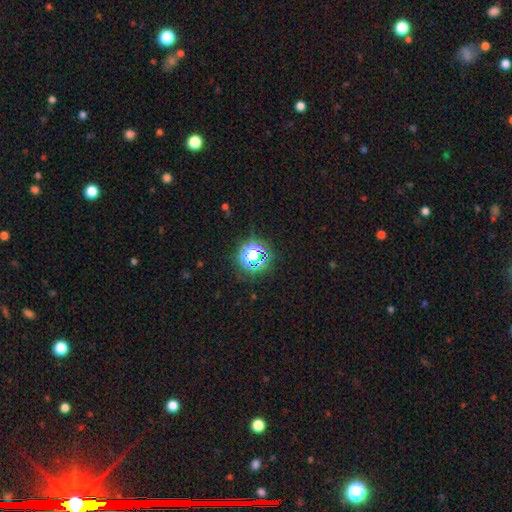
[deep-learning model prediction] This is likely a star or artifact rather than a galaxy (75%).